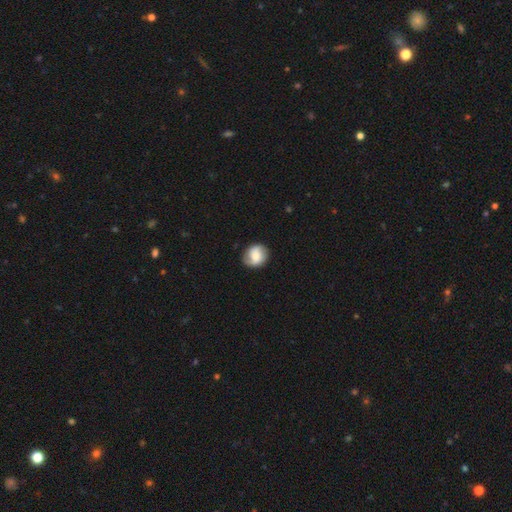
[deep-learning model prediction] Q: Smooth or featured?
A: smooth (54%); runner-up: featured or disk (38%)
Q: How rounded?
A: round (75%); runner-up: in between (24%)
Q: Merging?
A: none (80%); runner-up: minor disturbance (15%)